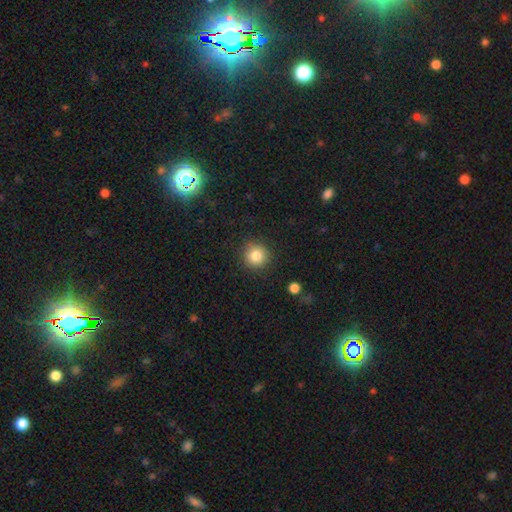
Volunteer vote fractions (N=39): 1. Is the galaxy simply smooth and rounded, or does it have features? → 87% smooth, 10% star or artifact, 3% featured or disk.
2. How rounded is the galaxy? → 91% round, 9% in between, 0% cigar-shaped.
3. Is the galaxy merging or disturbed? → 80% none, 14% minor disturbance, 3% major disturbance, 3% merger.